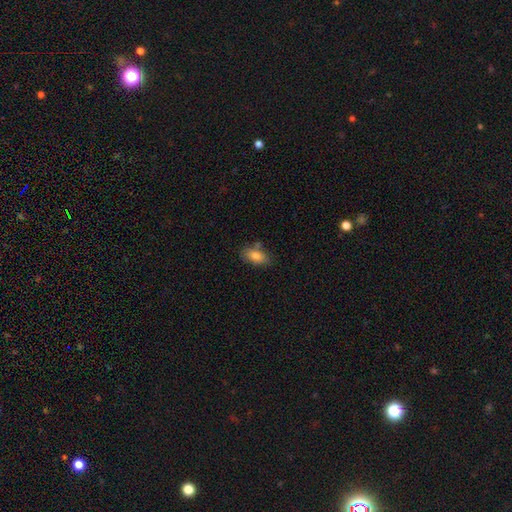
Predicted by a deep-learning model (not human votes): Q: Smooth or featured?
A: smooth (81%); runner-up: featured or disk (12%)
Q: How rounded?
A: in between (89%); runner-up: round (7%)
Q: Merging?
A: none (68%); runner-up: minor disturbance (18%)